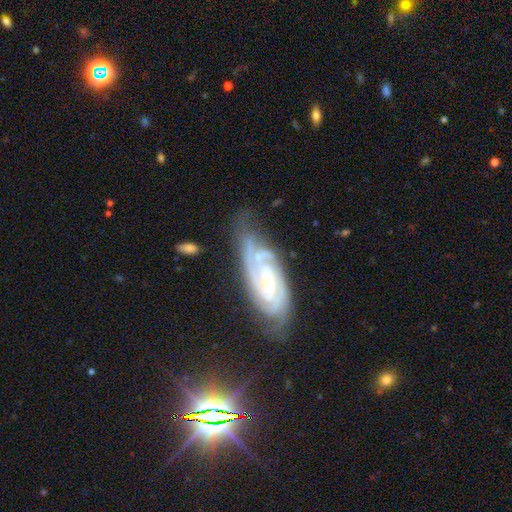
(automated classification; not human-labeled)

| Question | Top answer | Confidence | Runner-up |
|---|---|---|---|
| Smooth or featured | featured or disk | 89% | smooth (6%) |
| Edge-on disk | no | 95% | yes (5%) |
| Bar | no | 41% | weak (40%) |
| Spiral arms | yes | 98% | no (2%) |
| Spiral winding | tight | 71% | medium (26%) |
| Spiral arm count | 2 | 37% | 3 (31%) |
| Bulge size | small | 49% | moderate (44%) |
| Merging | none | 65% | minor disturbance (23%) |